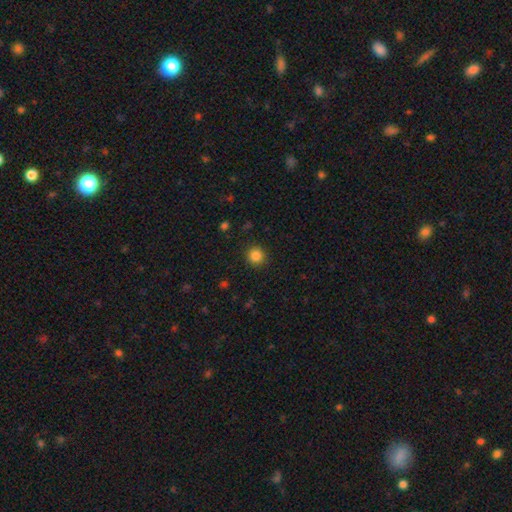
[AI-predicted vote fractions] Morphology: type=smooth (85%); roundness=round (94%); merging=none (91%).